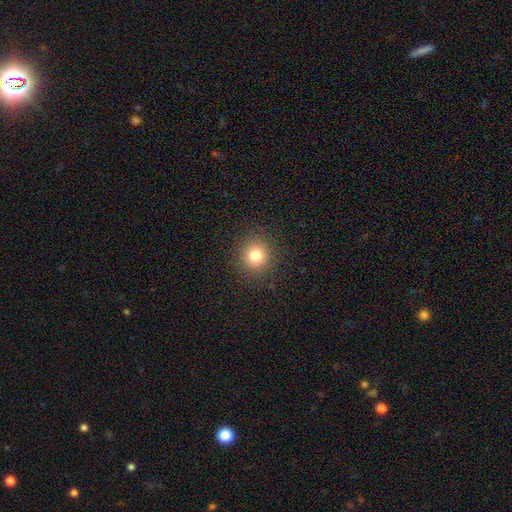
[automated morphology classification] Overall: smooth (80%). How rounded: round (91%). Merging: none (90%).